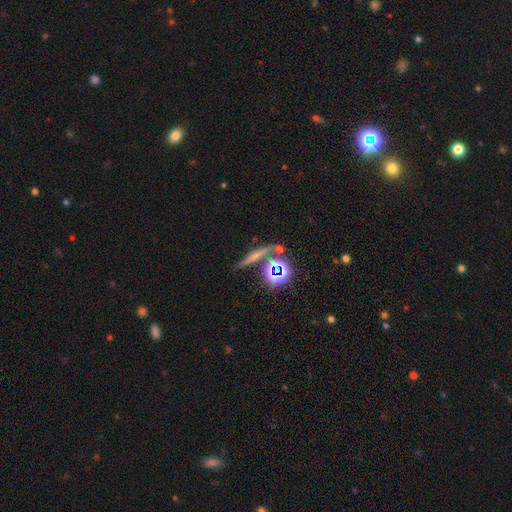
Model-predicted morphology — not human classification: smooth 41%, featured or disk 33%, star or artifact 26%. Down the decision tree: merging — none (72%).